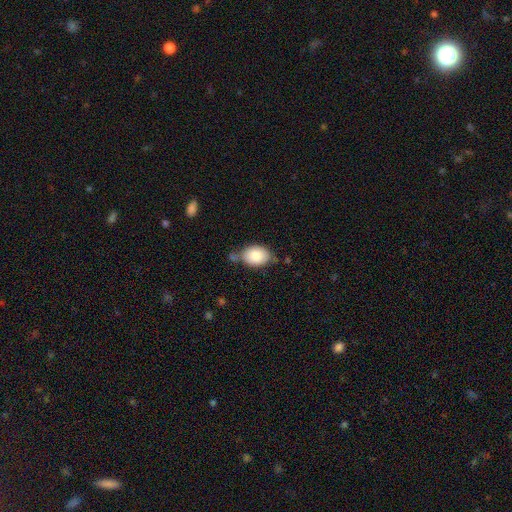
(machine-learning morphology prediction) smooth-or-featured: smooth: 82% | featured or disk: 11% | star or artifact: 7%
  how-rounded: in between: 80% | round: 19% | cigar-shaped: 1%
  merging: none: 59% | minor disturbance: 23% | merger: 12% | major disturbance: 6%